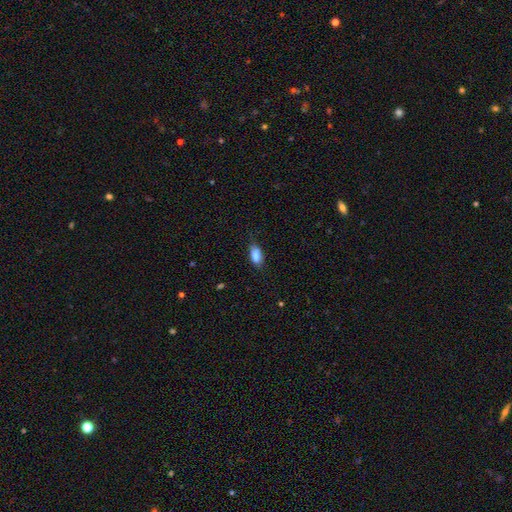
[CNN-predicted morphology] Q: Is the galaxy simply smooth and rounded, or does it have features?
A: smooth — 85%.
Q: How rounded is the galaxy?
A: in between — 89%.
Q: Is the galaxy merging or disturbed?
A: none — 70%.